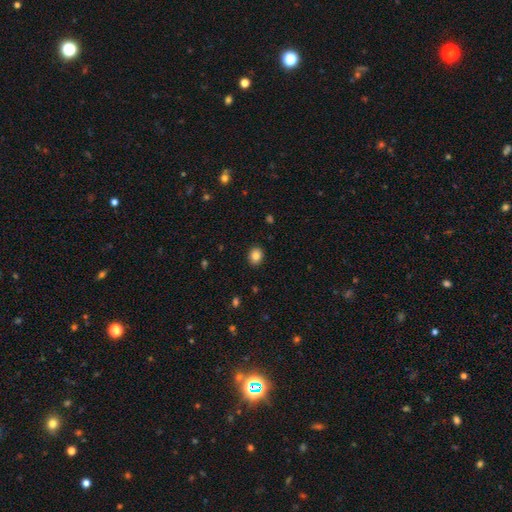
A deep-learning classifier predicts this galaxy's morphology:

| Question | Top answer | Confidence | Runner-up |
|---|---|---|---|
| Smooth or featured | smooth | 86% | star or artifact (9%) |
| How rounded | round | 54% | in between (45%) |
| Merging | none | 90% | minor disturbance (7%) |